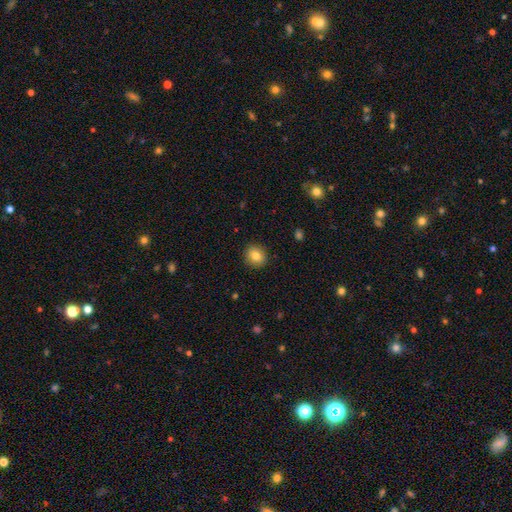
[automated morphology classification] A smooth galaxy with no disk features (82%) that is round (83%).

Vote fractions:
- Smooth or featured? smooth: 82% / star or artifact: 9% / featured or disk: 8%
- How rounded? round: 83% / in between: 16% / cigar-shaped: 1%
- Merging? none: 91% / minor disturbance: 6% / major disturbance: 2% / merger: 1%